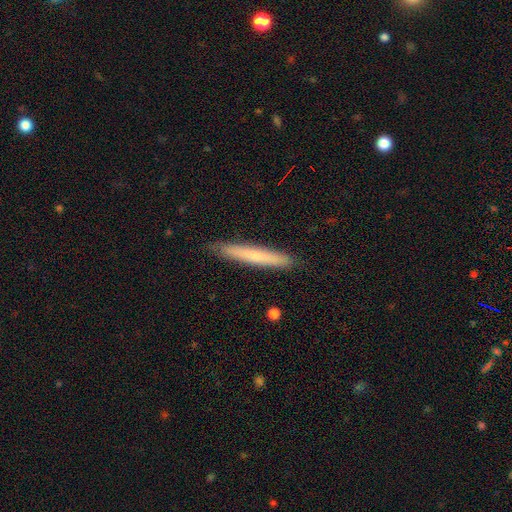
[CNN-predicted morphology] Smooth or featured: smooth — 64% (featured or disk — 30%)
How rounded: cigar-shaped — 96% (in between — 3%)
Merging: none — 90% (minor disturbance — 7%)